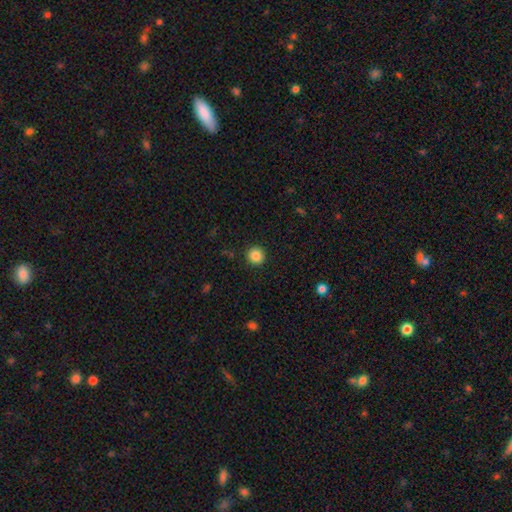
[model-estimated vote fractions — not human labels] A smooth galaxy with no disk features (86%) that is round (92%). Merging: none (92%).